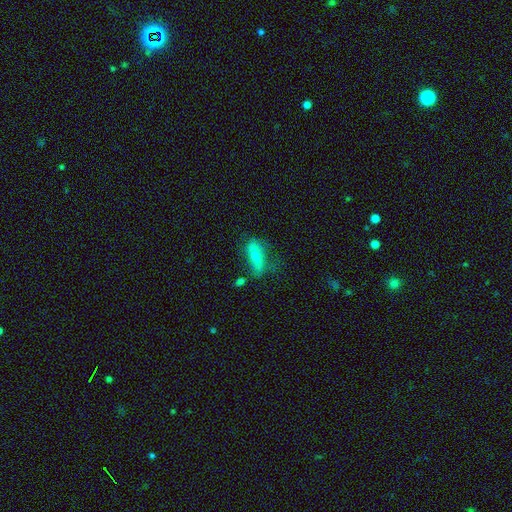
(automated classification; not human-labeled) Smooth or featured?
  - smooth: 56% *
  - featured or disk: 35%
  - star or artifact: 9%
How rounded?
  - in between: 55% *
  - cigar-shaped: 42%
  - round: 4%
Merging?
  - none: 57% *
  - minor disturbance: 26%
  - major disturbance: 13%
  - merger: 5%